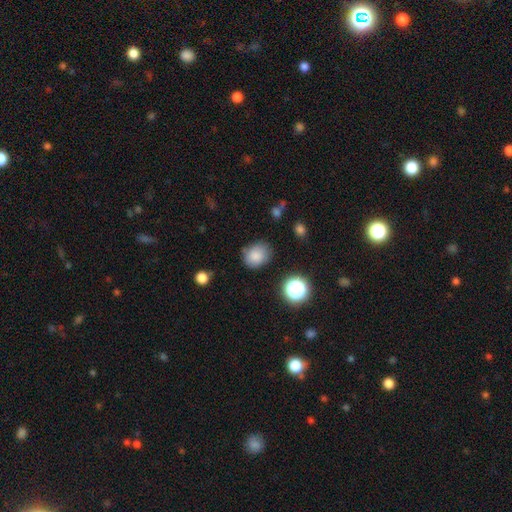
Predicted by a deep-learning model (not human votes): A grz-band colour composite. It shows a smooth galaxy with no disk features (82%) that is round (54%). Merging: none (71%).